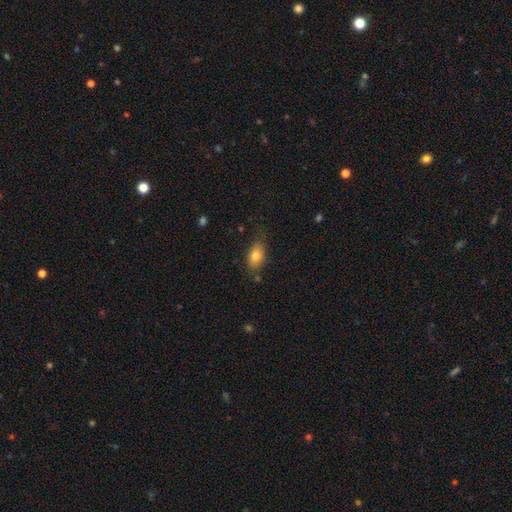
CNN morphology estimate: Smooth or featured? smooth (80%)
How rounded? in between (87%)
Merging? none (72%)